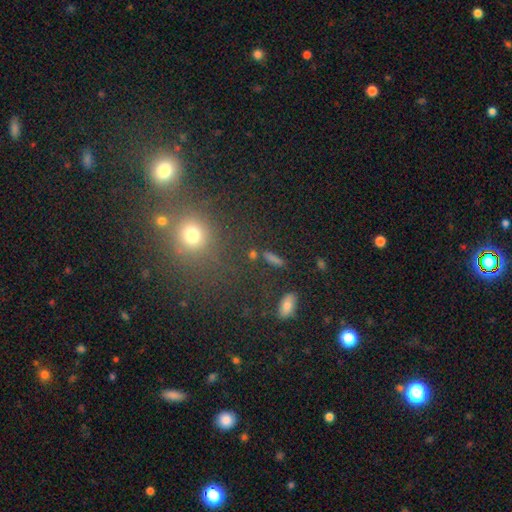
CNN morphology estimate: Smooth or featured? smooth (50%)
How rounded? round (82%)
Merging? none (72%)